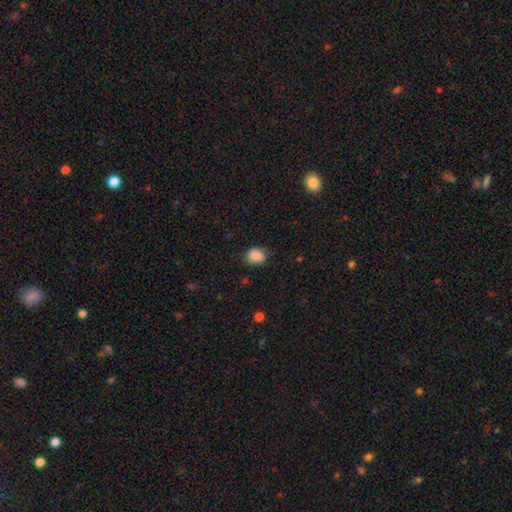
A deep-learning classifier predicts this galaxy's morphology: Smooth or featured: smooth — 87% (star or artifact — 8%)
How rounded: round — 51% (in between — 48%)
Merging: none — 75% (minor disturbance — 20%)